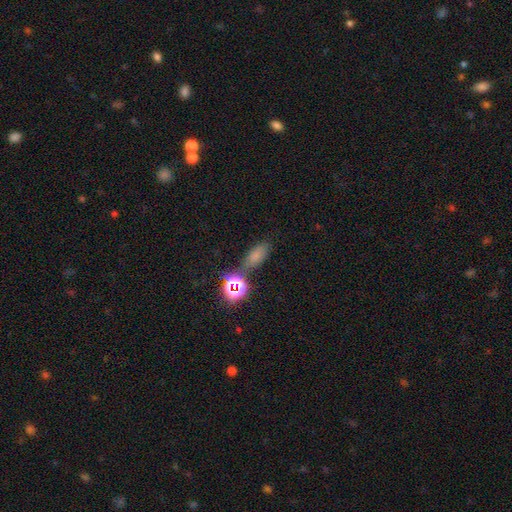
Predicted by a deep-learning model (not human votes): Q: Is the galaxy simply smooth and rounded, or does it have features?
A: smooth — 66%.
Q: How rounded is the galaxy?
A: in between — 78%.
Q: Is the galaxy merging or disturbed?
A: none — 67%.